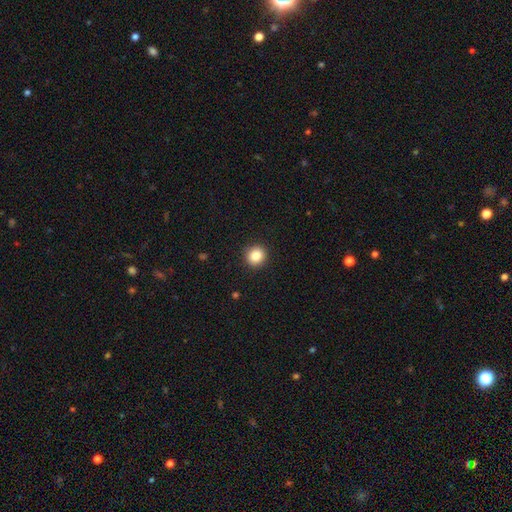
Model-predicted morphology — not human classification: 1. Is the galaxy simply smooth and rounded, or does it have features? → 85% smooth, 10% star or artifact, 5% featured or disk.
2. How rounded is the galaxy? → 90% round, 9% in between, 1% cigar-shaped.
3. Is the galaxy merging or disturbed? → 92% none, 6% minor disturbance, 2% major disturbance, 1% merger.